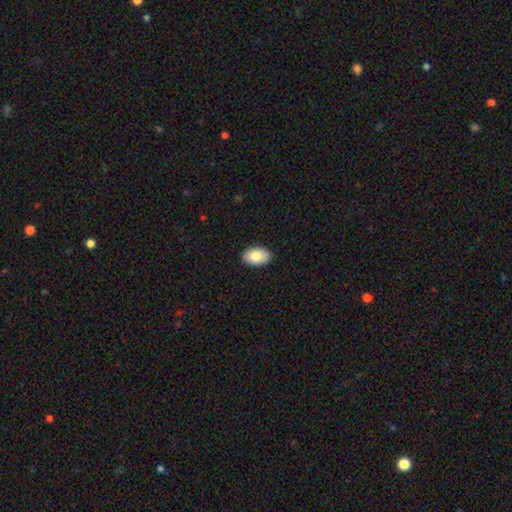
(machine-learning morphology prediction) type=smooth (83%); roundness=in between (91%); merging=none (90%).